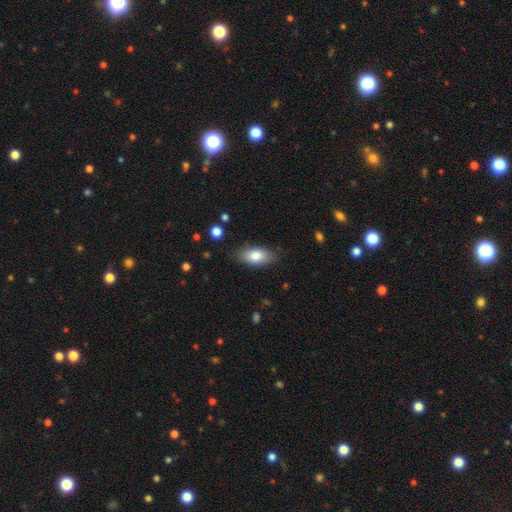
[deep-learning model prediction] Q: Smooth or featured?
A: smooth (80%); runner-up: featured or disk (13%)
Q: How rounded?
A: in between (90%); runner-up: cigar-shaped (6%)
Q: Merging?
A: none (82%); runner-up: minor disturbance (14%)